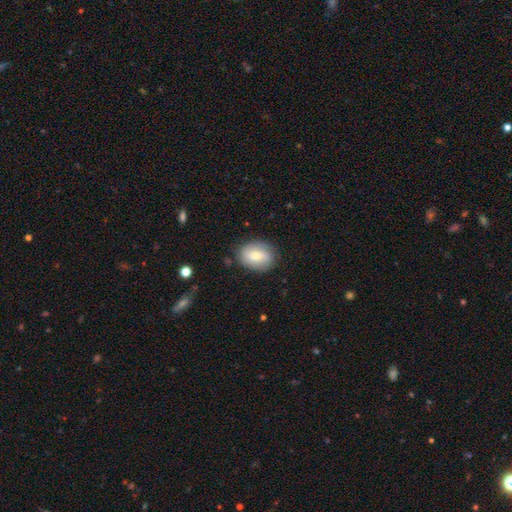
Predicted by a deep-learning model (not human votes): The model was most divided on "how rounded": in between: 69%, round: 30%, cigar-shaped: 1%. More confident: merging — none (79%); smooth or featured — smooth (67%).